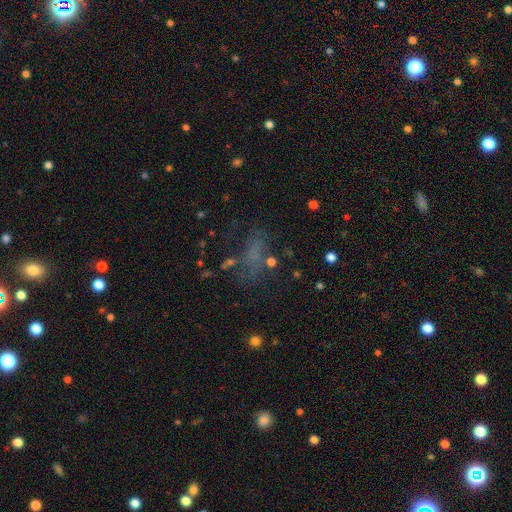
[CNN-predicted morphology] The model was most divided on "smooth or featured": smooth: 40%, star or artifact: 34%, featured or disk: 26%. Remaining: merging — none (48%).